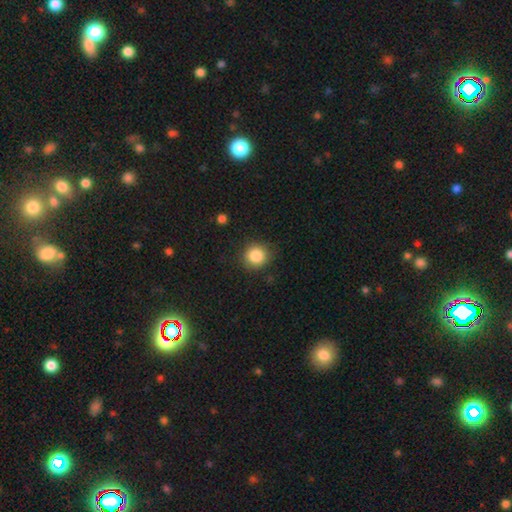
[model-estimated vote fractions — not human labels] This is clearly a smooth galaxy (86%). How rounded: clearly round (89%). Merging: clearly none (85%).